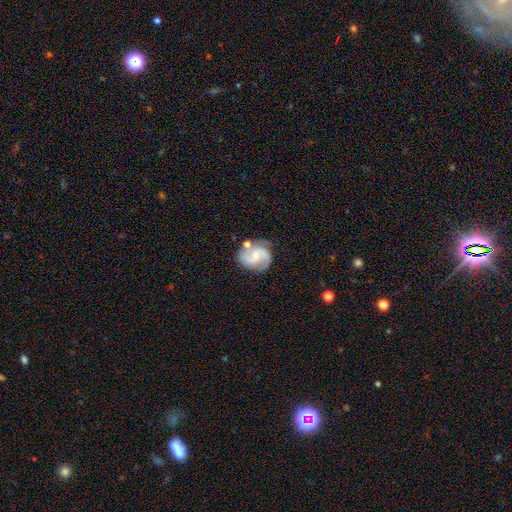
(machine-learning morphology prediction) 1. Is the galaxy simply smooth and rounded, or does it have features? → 82% featured or disk, 12% smooth, 6% star or artifact.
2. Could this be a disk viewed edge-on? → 98% no, 2% yes.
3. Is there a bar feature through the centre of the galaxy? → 48% no, 43% weak, 10% strong.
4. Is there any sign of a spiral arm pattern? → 96% yes, 4% no.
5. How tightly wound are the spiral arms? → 54% medium, 24% loose, 22% tight.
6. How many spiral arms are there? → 87% 2, 5% can't tell, 4% 3, 2% 1, 1% 4, 1% more than 4.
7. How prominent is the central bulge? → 55% small, 37% moderate, 5% none, 2% large, 1% dominant.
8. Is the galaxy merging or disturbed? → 65% none, 19% minor disturbance, 11% merger, 6% major disturbance.